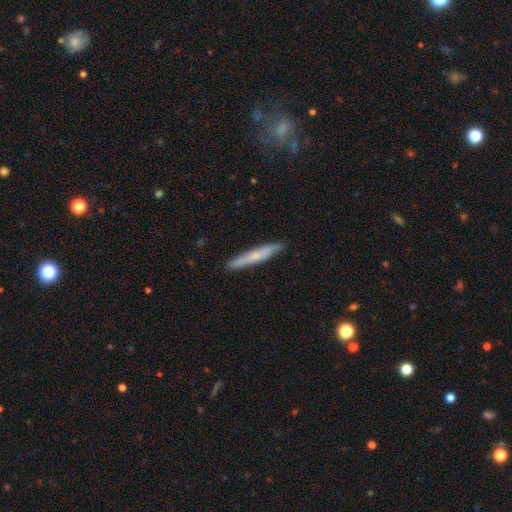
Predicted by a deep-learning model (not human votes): smooth_or_featured: smooth (p=0.55) [alt: featured or disk p=0.39]
how_rounded: cigar-shaped (p=0.95) [alt: in between p=0.04]
merging: none (p=0.89) [alt: minor disturbance p=0.08]